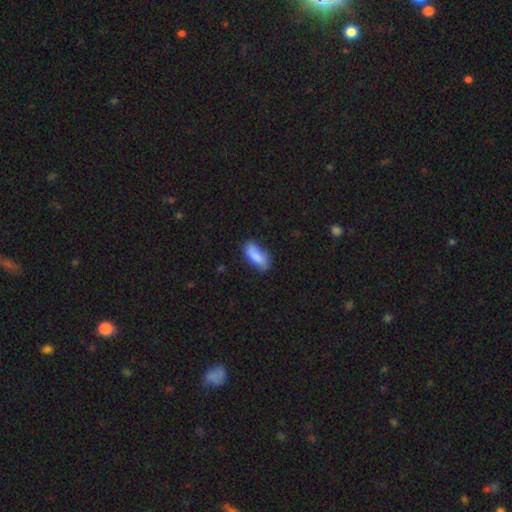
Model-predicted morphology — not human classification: Smooth or featured? Predicted: smooth (p=0.85). How rounded? Predicted: in between (p=0.78). Merging? Predicted: none (p=0.66).